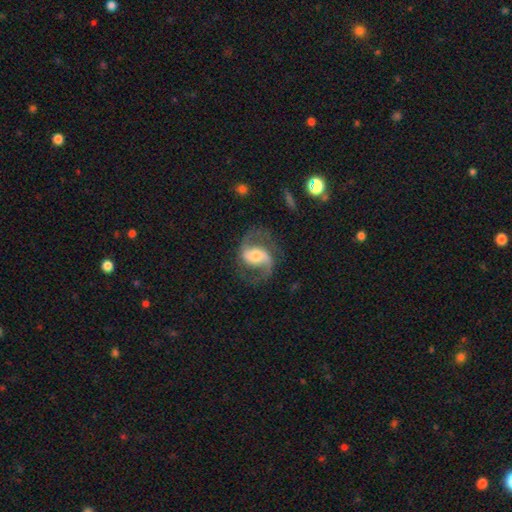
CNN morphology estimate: Q: Smooth or featured?
A: featured or disk (87%); runner-up: smooth (8%)
Q: Edge-on disk?
A: no (98%); runner-up: yes (2%)
Q: Bar?
A: weak (42%); runner-up: strong (31%)
Q: Spiral arms?
A: yes (96%); runner-up: no (4%)
Q: Spiral winding?
A: medium (52%); runner-up: loose (38%)
Q: Spiral arm count?
A: 2 (93%); runner-up: 1 (2%)
Q: Bulge size?
A: moderate (55%); runner-up: small (27%)
Q: Merging?
A: none (74%); runner-up: minor disturbance (14%)